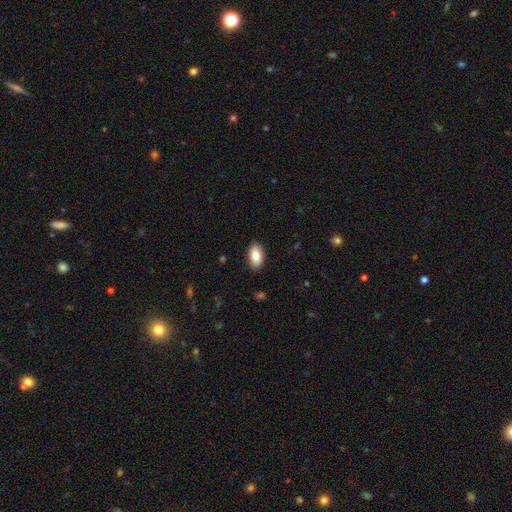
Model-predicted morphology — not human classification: Q: Smooth or featured?
A: smooth (85%); runner-up: featured or disk (8%)
Q: How rounded?
A: in between (94%); runner-up: round (4%)
Q: Merging?
A: none (89%); runner-up: minor disturbance (8%)